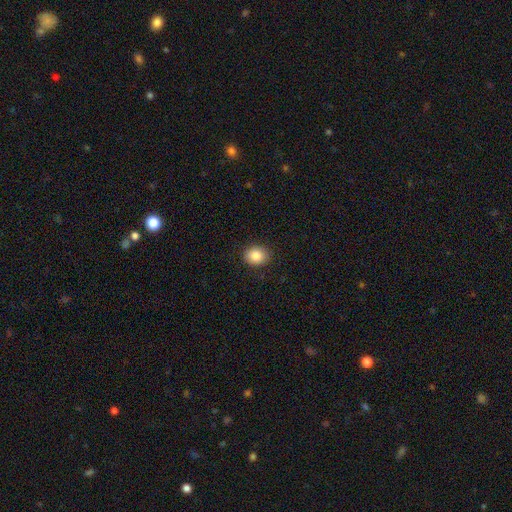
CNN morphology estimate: type=smooth (85%); roundness=round (60%); merging=none (89%).